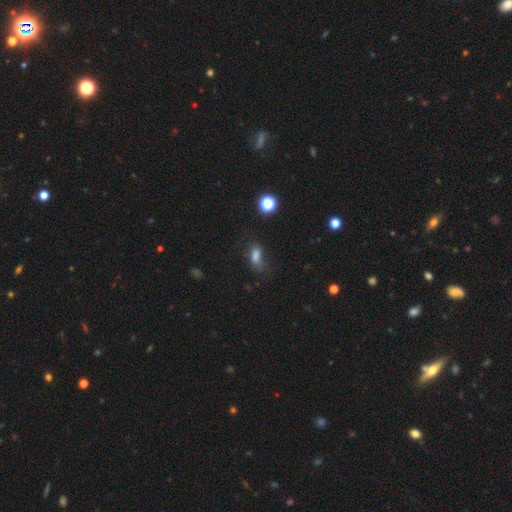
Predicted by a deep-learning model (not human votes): This is likely a smooth galaxy (72%). How rounded: likely in between (79%). Merging: possibly none (47%).